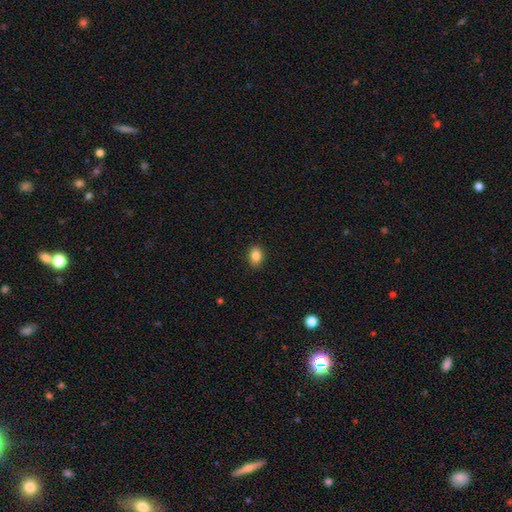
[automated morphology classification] Q: Smooth or featured?
A: smooth (85%); runner-up: star or artifact (9%)
Q: How rounded?
A: in between (66%); runner-up: round (33%)
Q: Merging?
A: none (88%); runner-up: minor disturbance (9%)